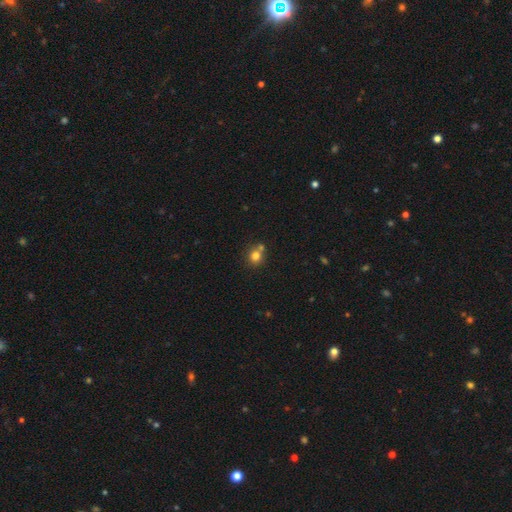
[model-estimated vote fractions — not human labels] Q: Smooth or featured?
A: smooth (78%); runner-up: star or artifact (13%)
Q: How rounded?
A: round (83%); runner-up: in between (16%)
Q: Merging?
A: none (62%); runner-up: merger (26%)